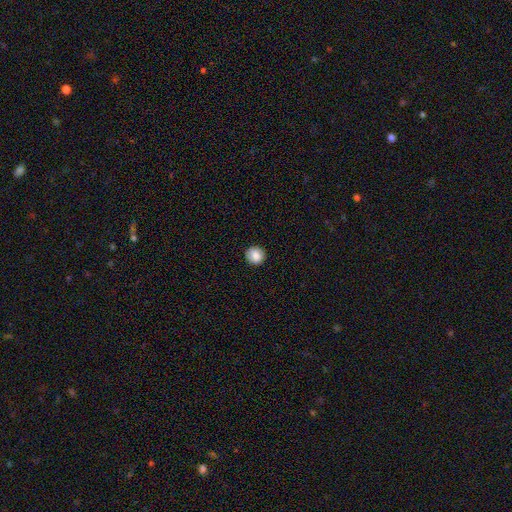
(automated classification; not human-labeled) Overall: smooth (81%). How rounded: round (91%). Merging: none (90%).